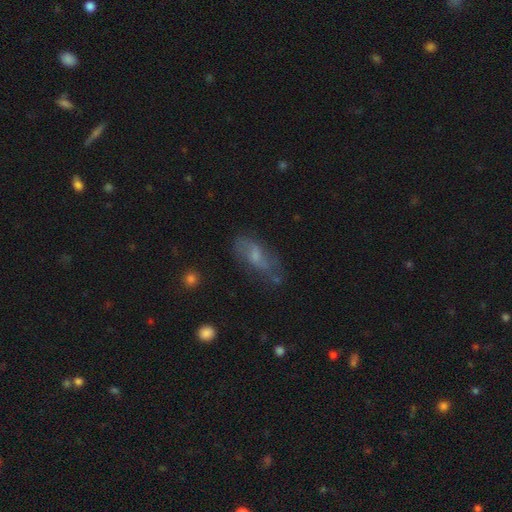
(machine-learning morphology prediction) smooth_or_featured: featured or disk (p=0.48) [alt: smooth p=0.42]
merging: none (p=0.59) [alt: minor disturbance p=0.25]